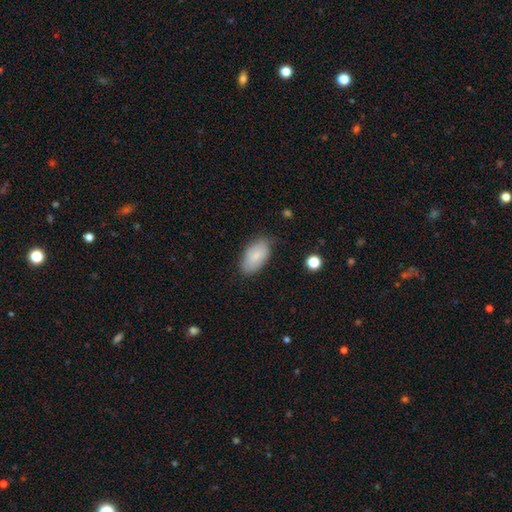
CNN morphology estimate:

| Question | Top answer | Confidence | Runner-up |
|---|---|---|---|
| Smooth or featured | smooth | 82% | featured or disk (12%) |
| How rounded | in between | 94% | round (3%) |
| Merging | none | 78% | minor disturbance (17%) |